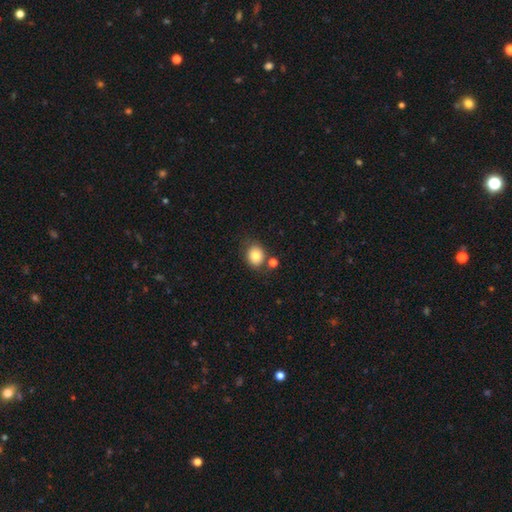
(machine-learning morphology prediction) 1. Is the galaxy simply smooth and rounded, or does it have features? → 82% smooth, 10% star or artifact, 9% featured or disk.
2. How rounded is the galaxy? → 64% round, 35% in between, 1% cigar-shaped.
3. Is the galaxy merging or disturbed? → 71% none, 13% minor disturbance, 12% merger, 4% major disturbance.